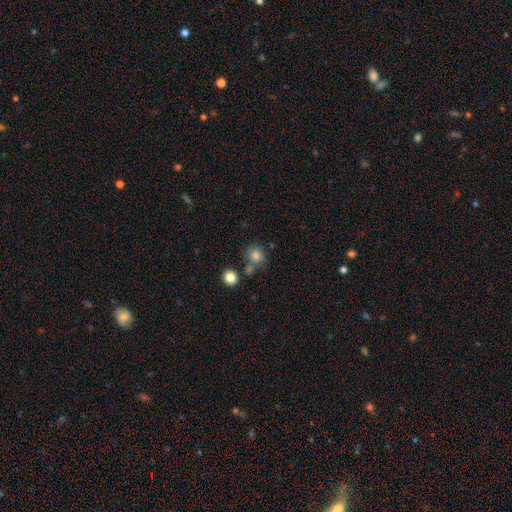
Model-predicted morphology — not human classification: Smooth or featured?
  - smooth: 80% *
  - star or artifact: 12%
  - featured or disk: 8%
How rounded?
  - round: 83% *
  - in between: 16%
  - cigar-shaped: 1%
Merging?
  - none: 64% *
  - merger: 18%
  - minor disturbance: 14%
  - major disturbance: 5%